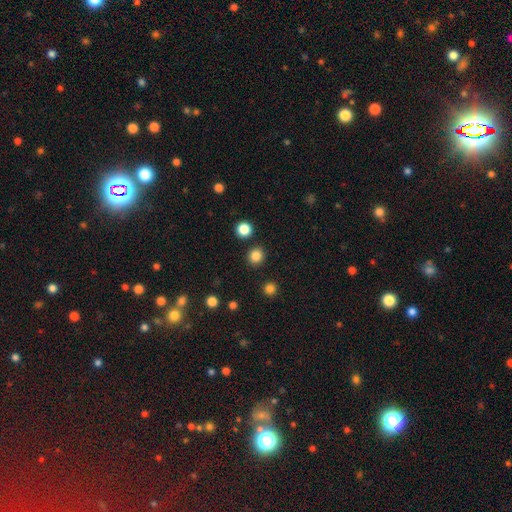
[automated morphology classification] Overall: smooth (84%). How rounded: round (90%). Merging: none (90%).